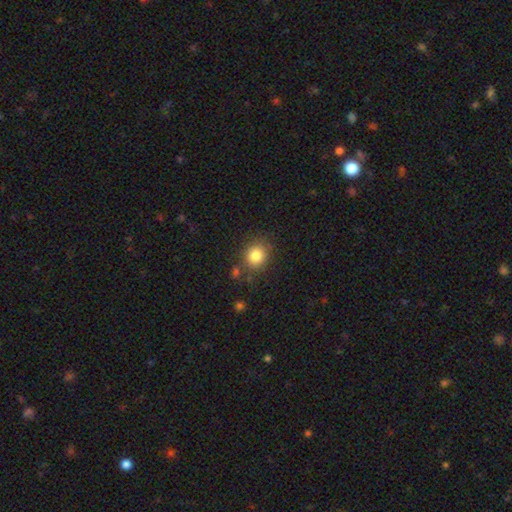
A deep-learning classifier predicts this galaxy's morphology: Smooth or featured? smooth (84%)
How rounded? round (78%)
Merging? none (78%)